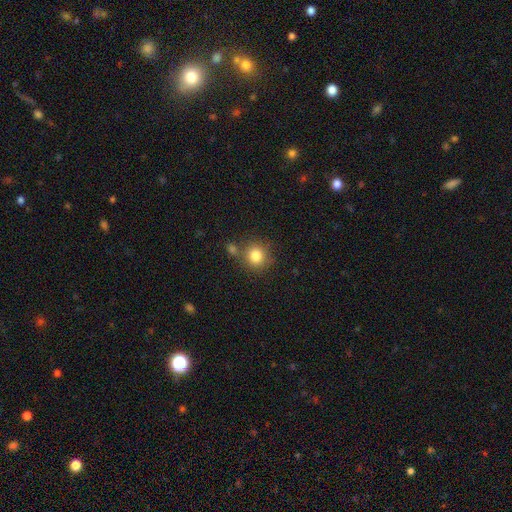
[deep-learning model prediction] Smooth or featured? Predicted: smooth (p=0.82). How rounded? Predicted: round (p=0.88). Merging? Predicted: none (p=0.69).